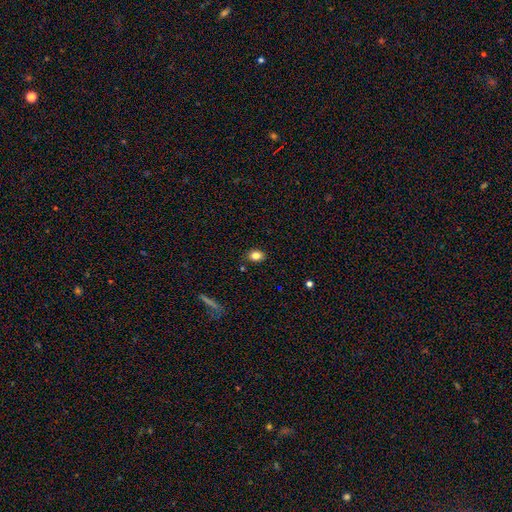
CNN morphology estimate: A smooth galaxy with no disk features (82%) that is in between round and cigar-shaped (61%). Merging: none (86%).